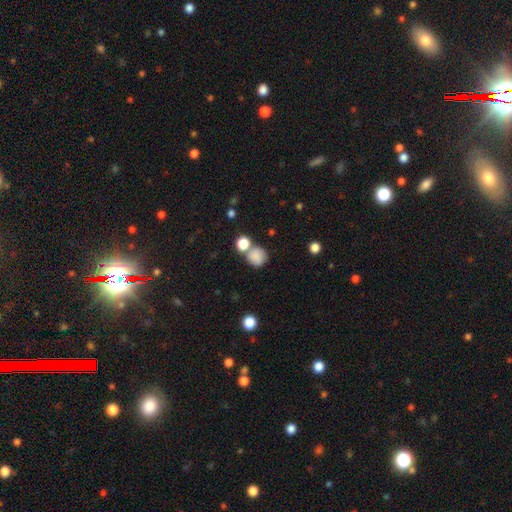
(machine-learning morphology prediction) Smooth or featured: smooth — 82% (star or artifact — 10%)
How rounded: round — 84% (in between — 15%)
Merging: none — 53% (merger — 28%)